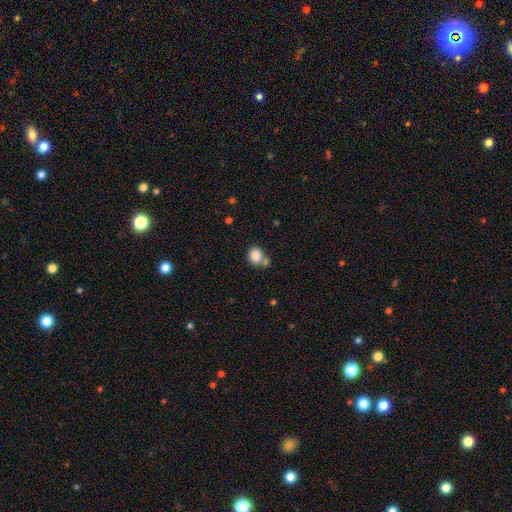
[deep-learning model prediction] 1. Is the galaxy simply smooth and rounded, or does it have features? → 85% smooth, 9% star or artifact, 6% featured or disk.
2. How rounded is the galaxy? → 57% round, 42% in between, 1% cigar-shaped.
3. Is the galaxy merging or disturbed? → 54% none, 28% merger, 13% minor disturbance, 5% major disturbance.